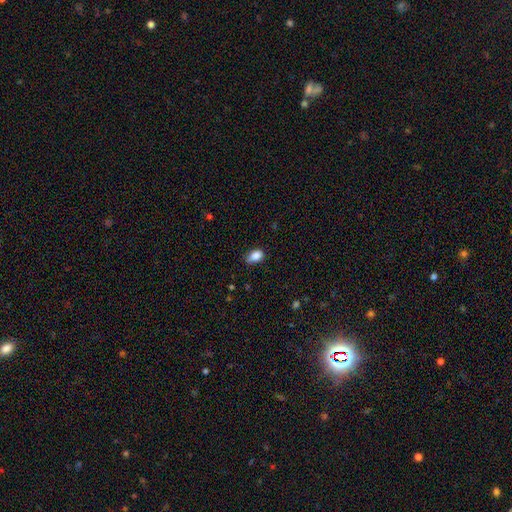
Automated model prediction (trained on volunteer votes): This appears to be a smooth galaxy with no disk features (85%) that is in between round and cigar-shaped (86%). Merging: none (69%).